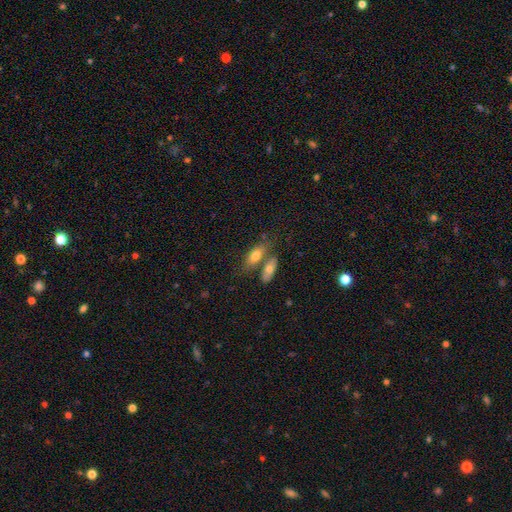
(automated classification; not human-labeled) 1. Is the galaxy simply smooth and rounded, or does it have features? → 70% smooth, 24% featured or disk, 6% star or artifact.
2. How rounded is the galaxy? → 71% in between, 26% cigar-shaped, 3% round.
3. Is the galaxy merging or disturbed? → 46% none, 40% merger, 11% minor disturbance, 4% major disturbance.